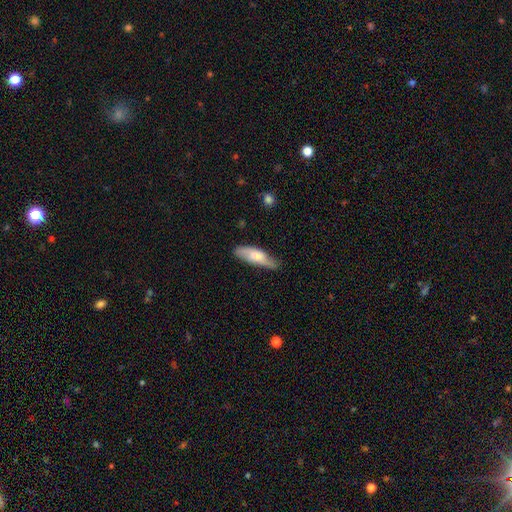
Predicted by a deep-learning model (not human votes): Smooth or featured?
  - smooth: 67% *
  - featured or disk: 27%
  - star or artifact: 6%
How rounded?
  - cigar-shaped: 54% *
  - in between: 45%
  - round: 2%
Merging?
  - none: 67% *
  - minor disturbance: 26%
  - major disturbance: 5%
  - merger: 2%